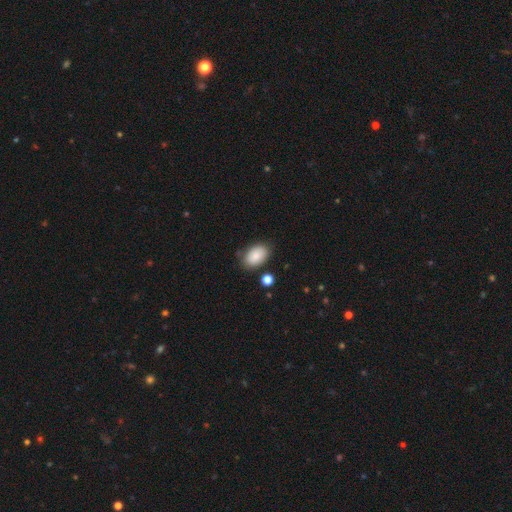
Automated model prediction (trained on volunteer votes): smooth_or_featured: smooth (p=0.87) [alt: star or artifact p=0.07]
how_rounded: in between (p=0.90) [alt: round p=0.09]
merging: none (p=0.79) [alt: minor disturbance p=0.14]